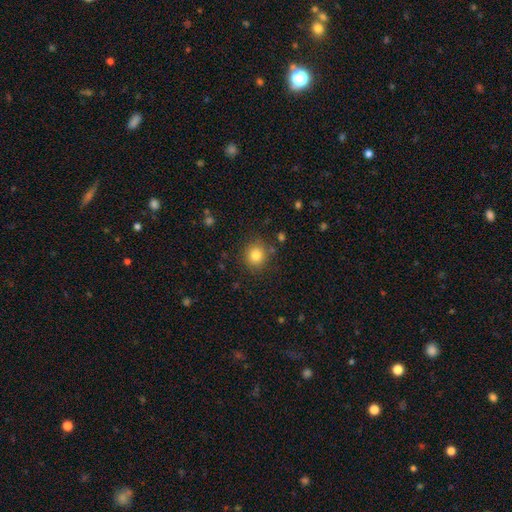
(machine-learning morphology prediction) A smooth galaxy with no disk features (82%) that is round (87%).

Vote fractions:
- Smooth or featured? smooth: 82% / star or artifact: 11% / featured or disk: 7%
- How rounded? round: 87% / in between: 12% / cigar-shaped: 1%
- Merging? none: 85% / minor disturbance: 9% / major disturbance: 3% / merger: 3%